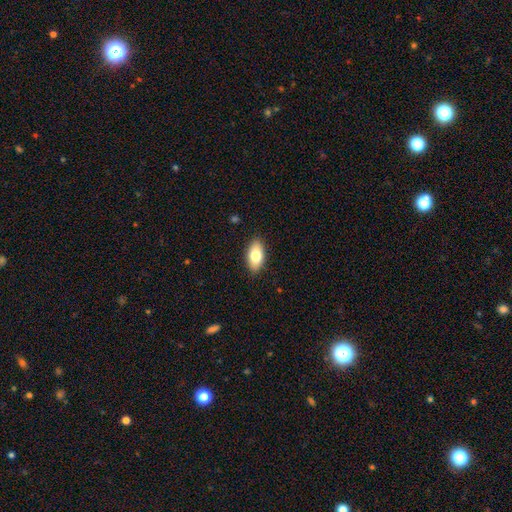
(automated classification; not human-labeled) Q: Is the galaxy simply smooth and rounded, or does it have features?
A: smooth — 78%.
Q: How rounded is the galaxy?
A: in between — 91%.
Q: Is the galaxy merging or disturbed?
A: none — 88%.